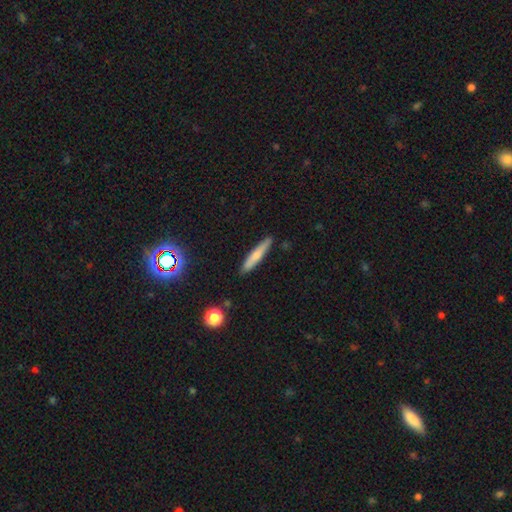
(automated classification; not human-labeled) smooth 64%, featured or disk 28%, star or artifact 7%. Down the decision tree: how rounded — cigar-shaped (90%); merging — none (88%).